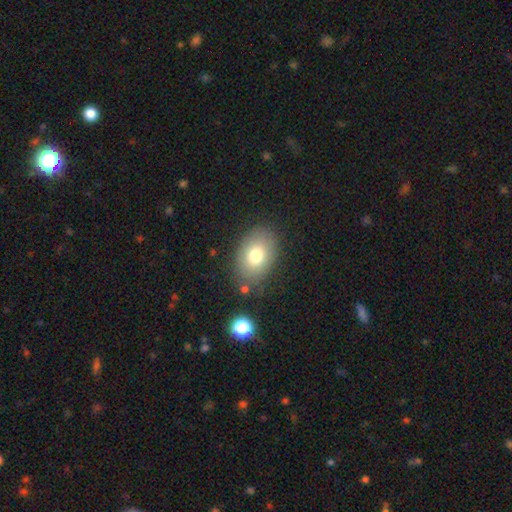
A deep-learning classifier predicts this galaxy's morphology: smooth-or-featured: smooth: 76% | featured or disk: 14% | star or artifact: 10%
  how-rounded: in between: 80% | round: 19% | cigar-shaped: 1%
  merging: none: 78% | minor disturbance: 14% | major disturbance: 4% | merger: 4%